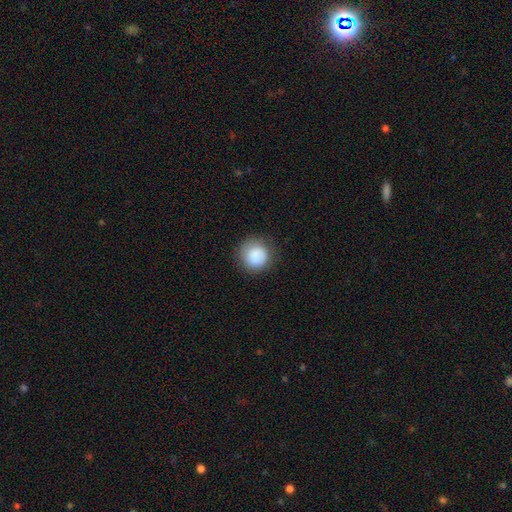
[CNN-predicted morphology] A smooth galaxy with no disk features (85%) that is round (91%). Merging: none (82%).